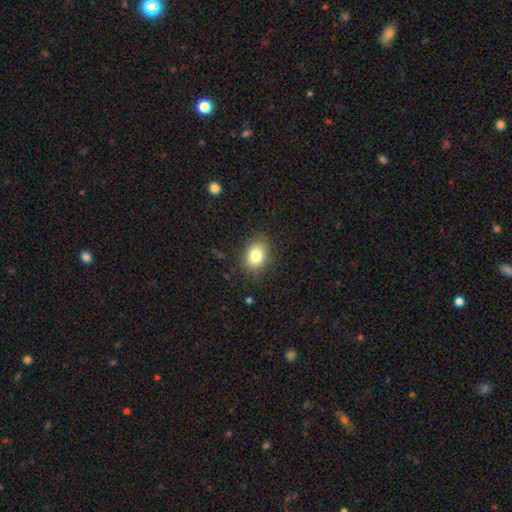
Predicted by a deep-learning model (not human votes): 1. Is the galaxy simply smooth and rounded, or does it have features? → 81% smooth, 10% star or artifact, 9% featured or disk.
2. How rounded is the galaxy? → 68% in between, 31% round, 1% cigar-shaped.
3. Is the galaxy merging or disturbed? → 85% none, 11% minor disturbance, 3% major disturbance, 1% merger.